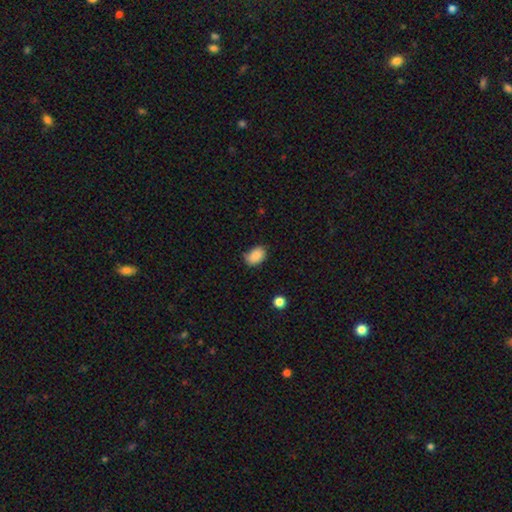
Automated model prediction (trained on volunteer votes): Q: Smooth or featured?
A: smooth (88%); runner-up: star or artifact (8%)
Q: How rounded?
A: in between (82%); runner-up: round (17%)
Q: Merging?
A: none (69%); runner-up: minor disturbance (25%)